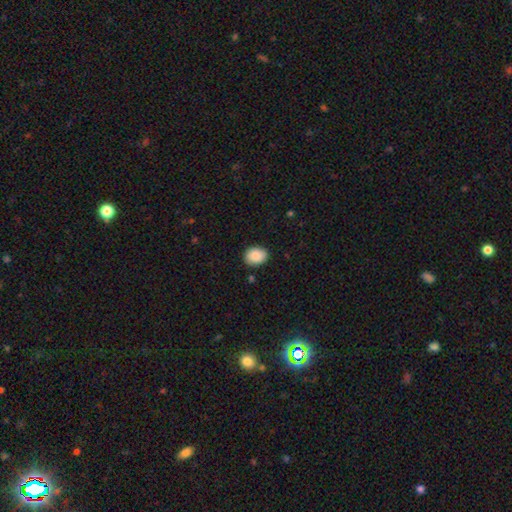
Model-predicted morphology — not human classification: Overall: smooth (88%). How rounded: in between (59%; round 40%). Merging: none (87%).